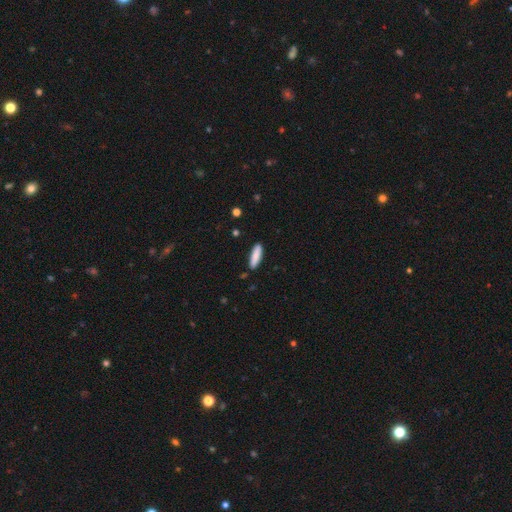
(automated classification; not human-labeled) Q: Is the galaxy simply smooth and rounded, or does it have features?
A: smooth — 88%.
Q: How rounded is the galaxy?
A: cigar-shaped — 64%.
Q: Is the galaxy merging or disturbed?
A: none — 88%.